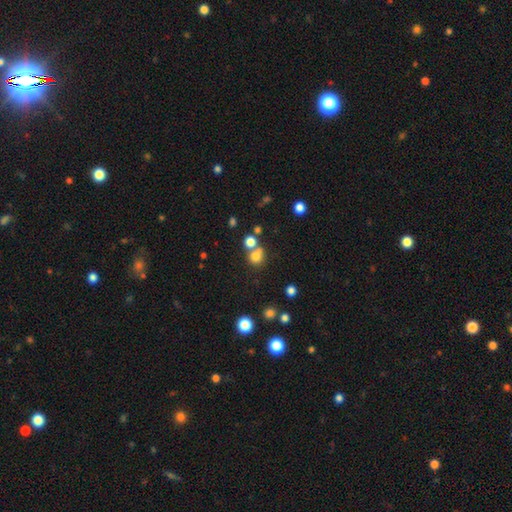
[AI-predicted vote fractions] Smooth or featured?
  - smooth: 75% *
  - star or artifact: 16%
  - featured or disk: 9%
How rounded?
  - round: 83% *
  - in between: 16%
  - cigar-shaped: 1%
Merging?
  - none: 51% *
  - merger: 36%
  - minor disturbance: 9%
  - major disturbance: 5%